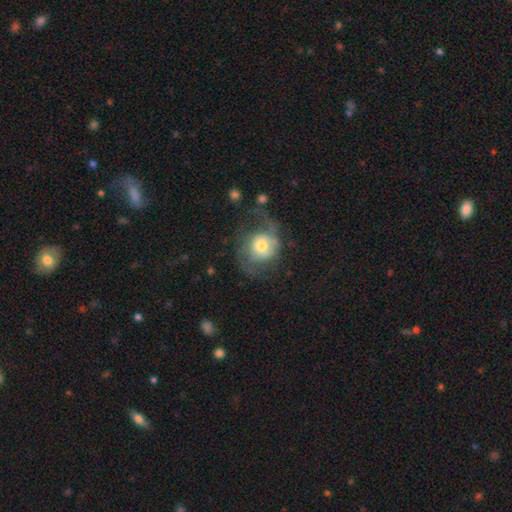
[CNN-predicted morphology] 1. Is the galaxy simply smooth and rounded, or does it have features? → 50% featured or disk, 32% smooth, 18% star or artifact.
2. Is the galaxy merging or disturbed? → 71% none, 16% minor disturbance, 10% major disturbance, 3% merger.